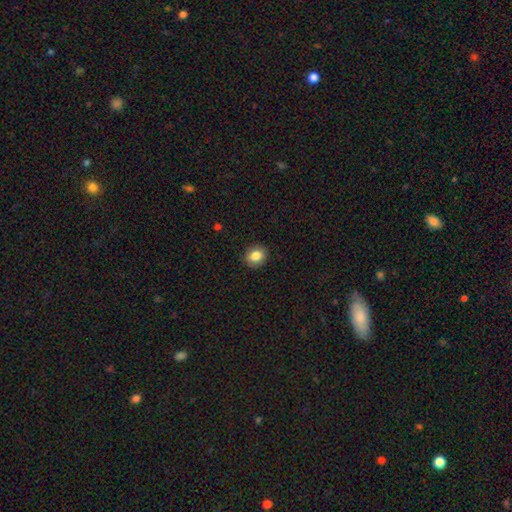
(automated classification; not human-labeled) A smooth galaxy with no disk features (84%) that is round (60%). Merging: none (89%).